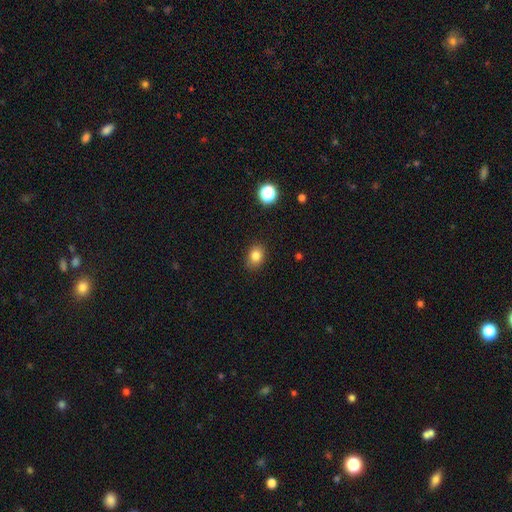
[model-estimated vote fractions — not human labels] Overall: smooth (82%). How rounded: in between (59%; round 40%). Merging: none (84%).